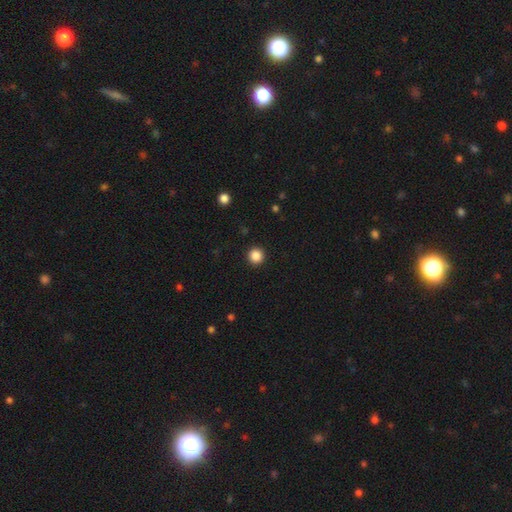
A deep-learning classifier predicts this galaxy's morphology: Smooth or featured?
  - smooth: 87% *
  - star or artifact: 11%
  - featured or disk: 3%
How rounded?
  - round: 95% *
  - in between: 4%
  - cigar-shaped: 1%
Merging?
  - none: 93% *
  - minor disturbance: 4%
  - major disturbance: 2%
  - merger: 1%